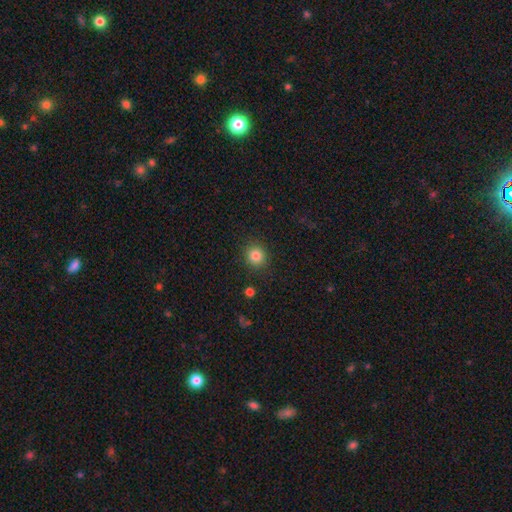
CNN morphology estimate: A smooth galaxy with no disk features (84%) that is round (89%). Merging: none (89%).